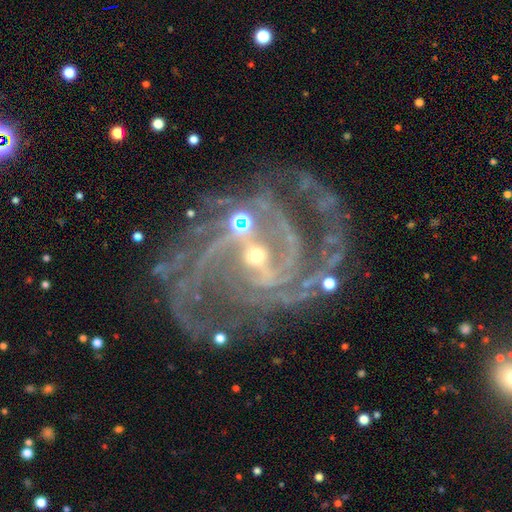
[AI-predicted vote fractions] smooth_or_featured: featured or disk (p=0.89) [alt: star or artifact p=0.07]
disk_edge_on: no (p=0.97) [alt: yes p=0.03]
bar: strong (p=0.55) [alt: weak p=0.27]
has_spiral_arms: yes (p=0.97) [alt: no p=0.03]
spiral_winding: tight (p=0.43) [alt: medium p=0.42]
spiral_arm_count: 2 (p=0.36) [alt: 3 p=0.17]
bulge_size: small (p=0.65) [alt: moderate p=0.30]
merging: none (p=0.53) [alt: major disturbance p=0.20]